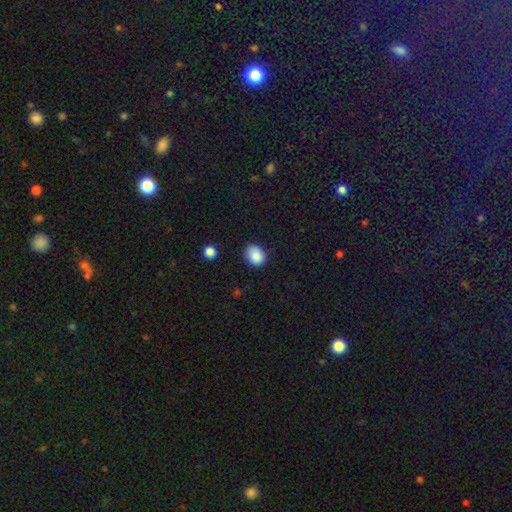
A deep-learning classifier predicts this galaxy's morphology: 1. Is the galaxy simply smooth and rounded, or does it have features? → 87% smooth, 8% star or artifact, 4% featured or disk.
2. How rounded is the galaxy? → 54% in between, 45% round, 1% cigar-shaped.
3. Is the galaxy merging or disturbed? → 76% none, 19% minor disturbance, 3% major disturbance, 2% merger.